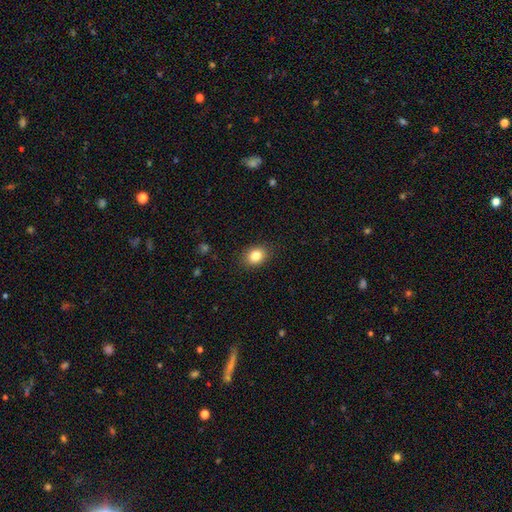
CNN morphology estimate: Smooth or featured: smooth — 83% (star or artifact — 10%)
How rounded: in between — 56% (round — 43%)
Merging: none — 88% (minor disturbance — 9%)